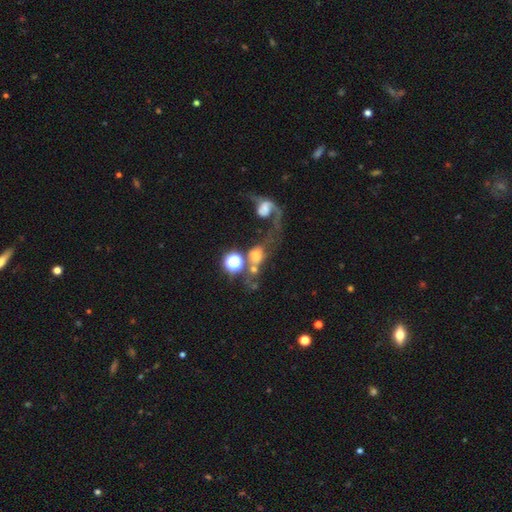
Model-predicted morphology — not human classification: This appears to be a smooth galaxy with no disk features (49%). Merging: merger (47%).